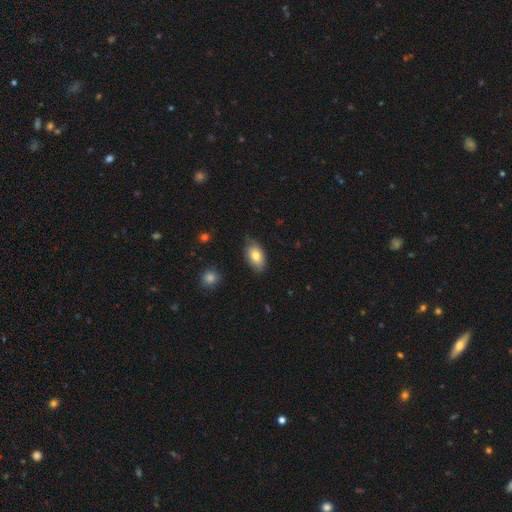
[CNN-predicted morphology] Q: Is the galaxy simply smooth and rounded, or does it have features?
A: smooth — 78%.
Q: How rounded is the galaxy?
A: in between — 93%.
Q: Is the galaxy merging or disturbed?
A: none — 74%.